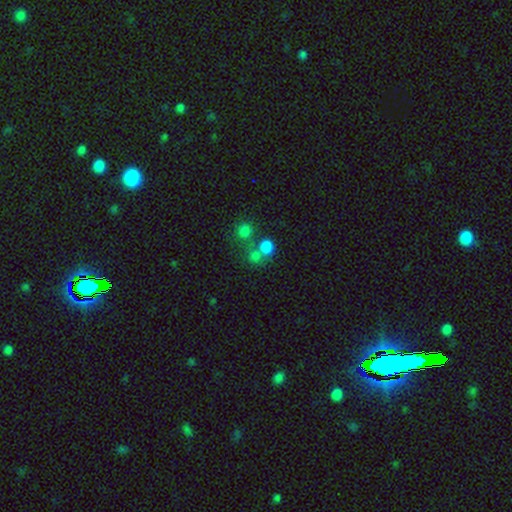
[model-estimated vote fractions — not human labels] A smooth galaxy with no disk features (73%) that is round (81%).

Vote fractions:
- Smooth or featured? smooth: 73% / star or artifact: 18% / featured or disk: 9%
- How rounded? round: 81% / in between: 18% / cigar-shaped: 1%
- Merging? none: 51% / merger: 37% / minor disturbance: 8% / major disturbance: 5%